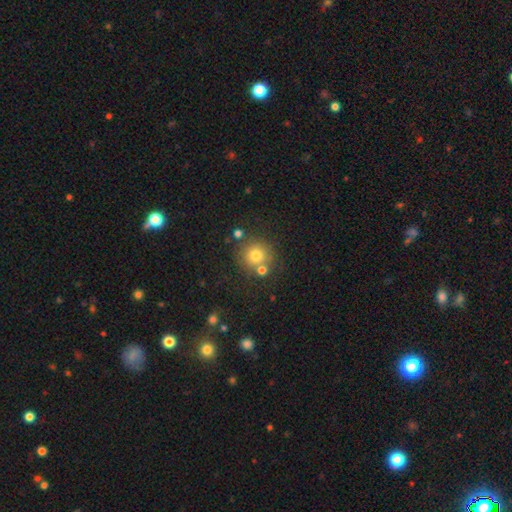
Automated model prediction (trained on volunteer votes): Smooth or featured? Predicted: smooth (p=0.75). How rounded? Predicted: round (p=0.92). Merging? Predicted: none (p=0.73).